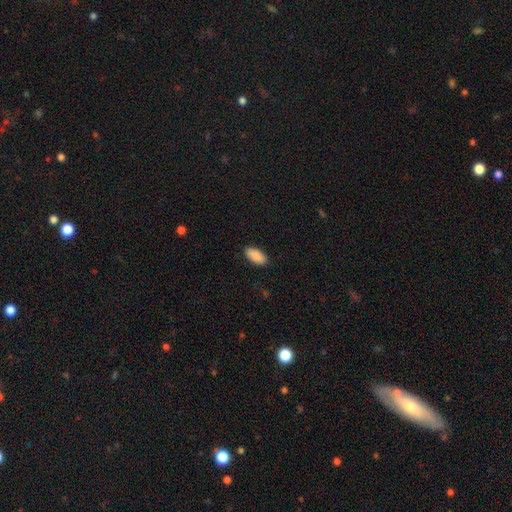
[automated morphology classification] Q: Smooth or featured?
A: smooth (91%); runner-up: star or artifact (6%)
Q: How rounded?
A: in between (92%); runner-up: cigar-shaped (6%)
Q: Merging?
A: none (89%); runner-up: minor disturbance (8%)